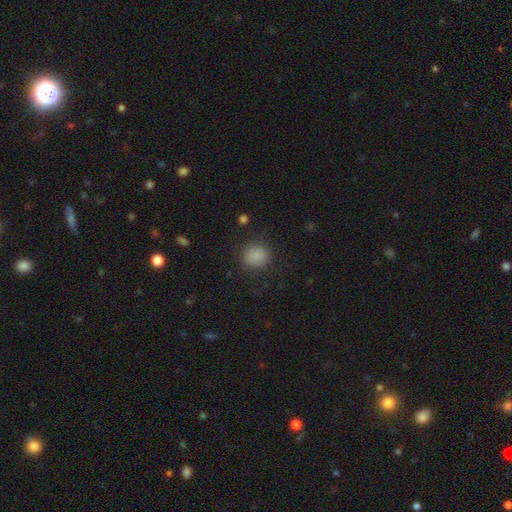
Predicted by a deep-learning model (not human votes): smooth 86%, star or artifact 10%, featured or disk 4%. Down the decision tree: how rounded — round (85%); merging — none (86%).